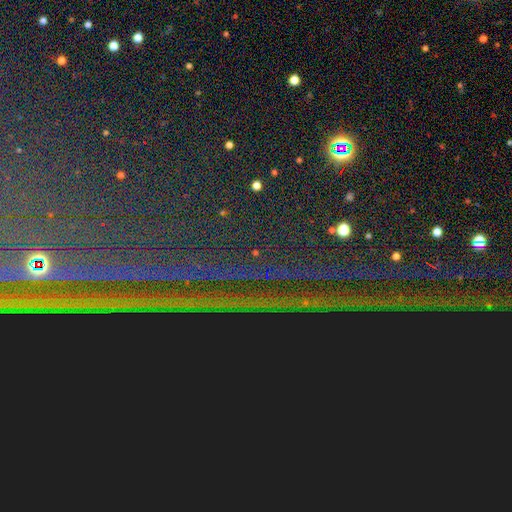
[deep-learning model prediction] The model was most divided on "smooth or featured": star or artifact: 89%, featured or disk: 5%, smooth: 5%.